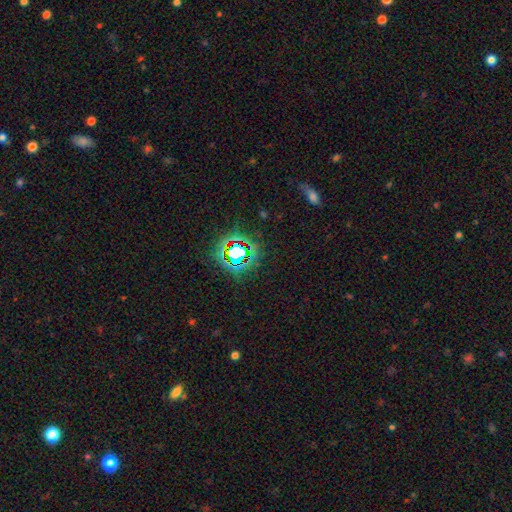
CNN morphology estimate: A star or artifact, not a galaxy (73%).

Vote fractions:
- Smooth or featured? star or artifact: 73% / smooth: 17% / featured or disk: 10%